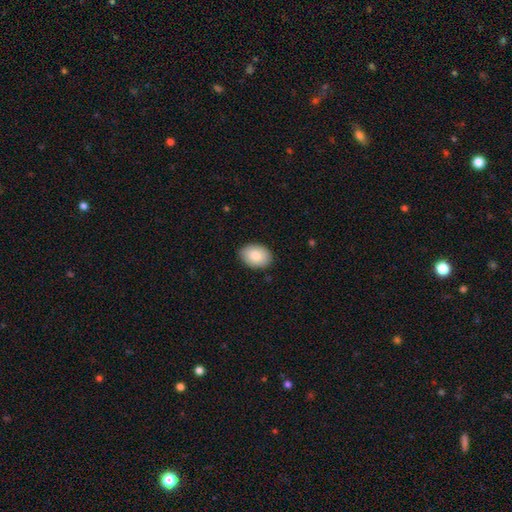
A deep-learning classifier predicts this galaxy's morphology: Smooth or featured? smooth (85%)
How rounded? in between (80%)
Merging? none (86%)